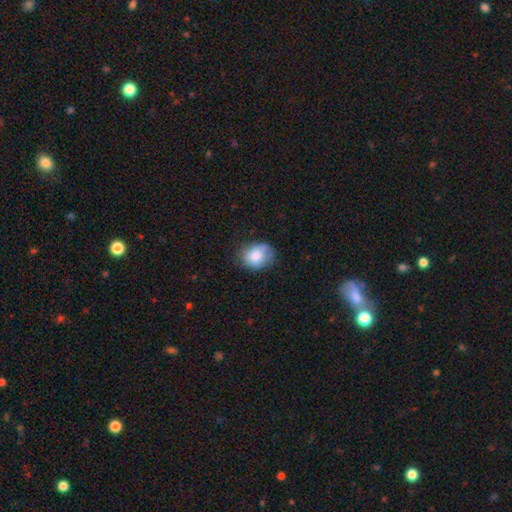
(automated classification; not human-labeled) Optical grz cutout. It shows a smooth galaxy with no disk features (79%) that is round (51%). Merging: none (62%).